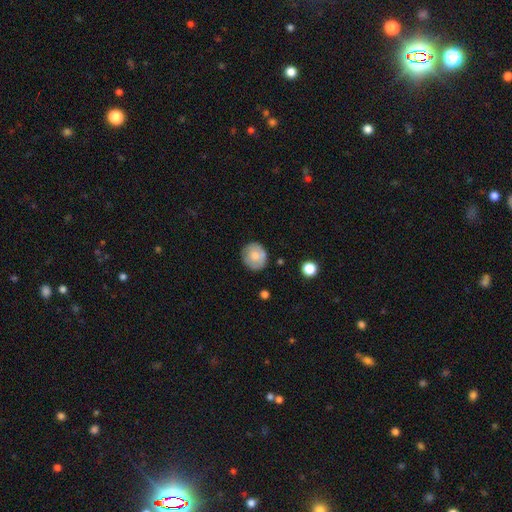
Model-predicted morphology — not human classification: smooth_or_featured: smooth (p=0.69) [alt: featured or disk p=0.23]
how_rounded: round (p=0.82) [alt: in between p=0.17]
merging: none (p=0.78) [alt: minor disturbance p=0.16]